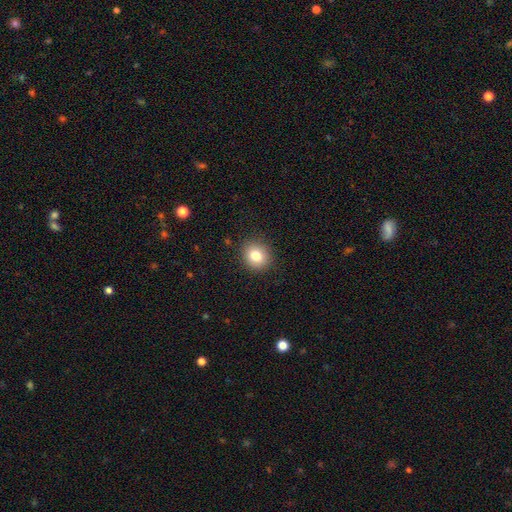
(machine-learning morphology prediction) A smooth galaxy with no disk features (81%) that is round (79%).

Vote fractions:
- Smooth or featured? smooth: 81% / star or artifact: 10% / featured or disk: 8%
- How rounded? round: 79% / in between: 20% / cigar-shaped: 1%
- Merging? none: 89% / minor disturbance: 8% / major disturbance: 2% / merger: 1%